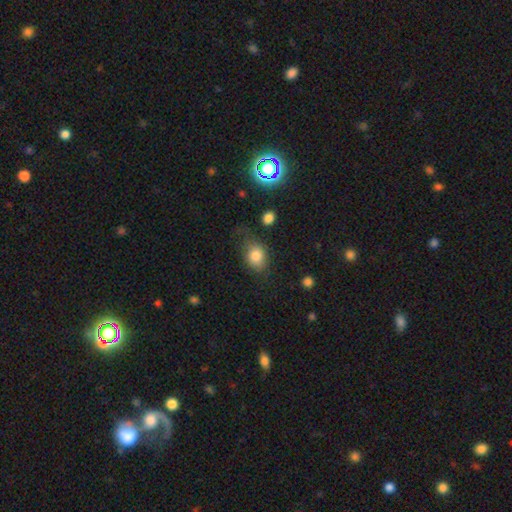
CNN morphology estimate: smooth-or-featured: smooth: 81% | featured or disk: 10% | star or artifact: 9%
  how-rounded: in between: 64% | round: 35% | cigar-shaped: 1%
  merging: none: 53% | minor disturbance: 26% | major disturbance: 17% | merger: 4%